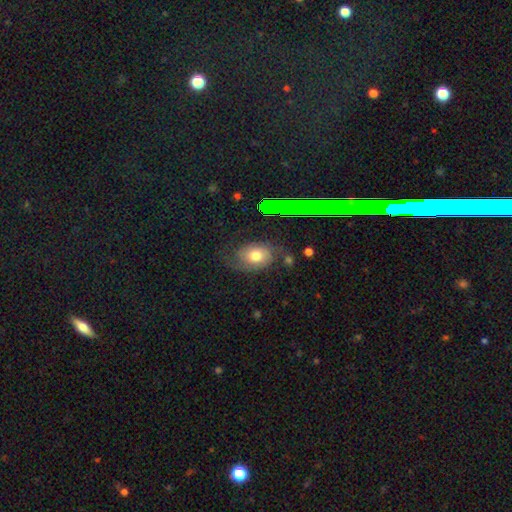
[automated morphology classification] smooth 49%, featured or disk 39%, star or artifact 12%. Down the decision tree: merging — none (60%).